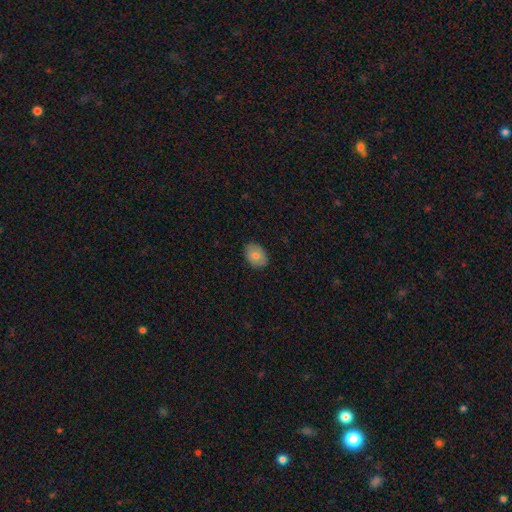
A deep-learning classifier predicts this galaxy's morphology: This appears to be a smooth galaxy with no disk features (75%) that is in between round and cigar-shaped (75%). Merging: none (86%).